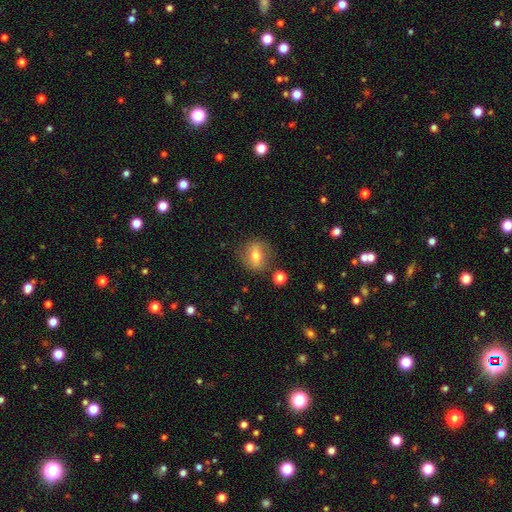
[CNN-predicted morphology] The model was most divided on "smooth or featured": smooth: 58%, featured or disk: 32%, star or artifact: 10%. More confident: merging — none (82%); how rounded — round (66%).